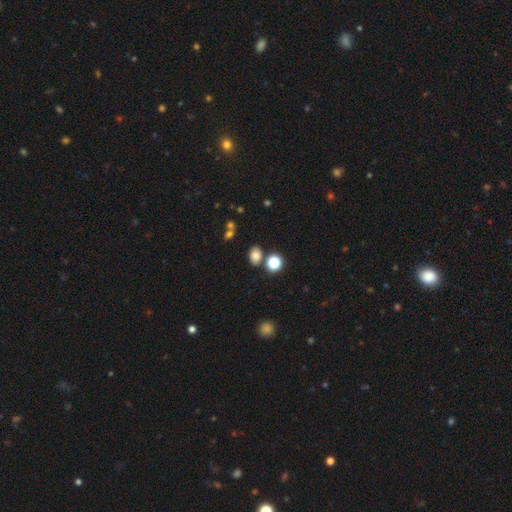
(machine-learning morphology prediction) A smooth galaxy with no disk features (79%) that is in between round and cigar-shaped (64%).

Vote fractions:
- Smooth or featured? smooth: 79% / star or artifact: 15% / featured or disk: 6%
- How rounded? in between: 64% / round: 34% / cigar-shaped: 1%
- Merging? none: 74% / merger: 12% / minor disturbance: 11% / major disturbance: 3%